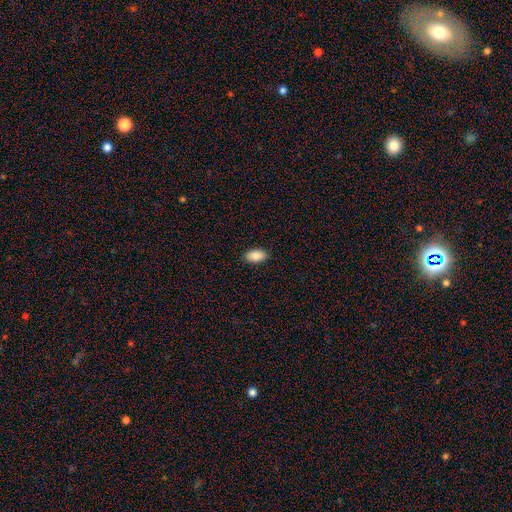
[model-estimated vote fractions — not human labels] Smooth or featured?
  - smooth: 88% *
  - star or artifact: 7%
  - featured or disk: 5%
How rounded?
  - in between: 94% *
  - round: 4%
  - cigar-shaped: 2%
Merging?
  - none: 89% *
  - minor disturbance: 8%
  - major disturbance: 2%
  - merger: 1%